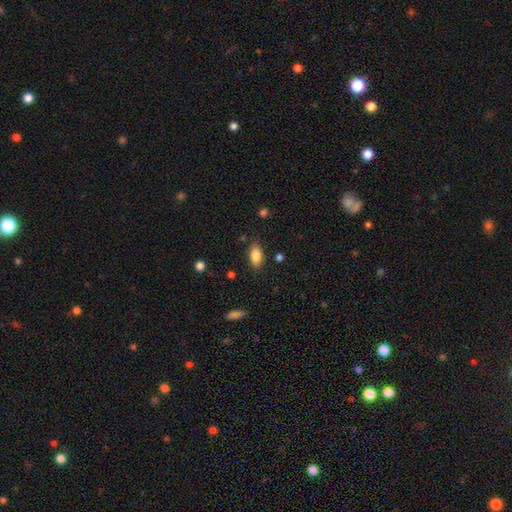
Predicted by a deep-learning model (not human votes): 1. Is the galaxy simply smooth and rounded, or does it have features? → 83% smooth, 9% featured or disk, 8% star or artifact.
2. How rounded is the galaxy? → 88% in between, 6% cigar-shaped, 6% round.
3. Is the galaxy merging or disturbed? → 82% none, 13% minor disturbance, 3% major disturbance, 2% merger.